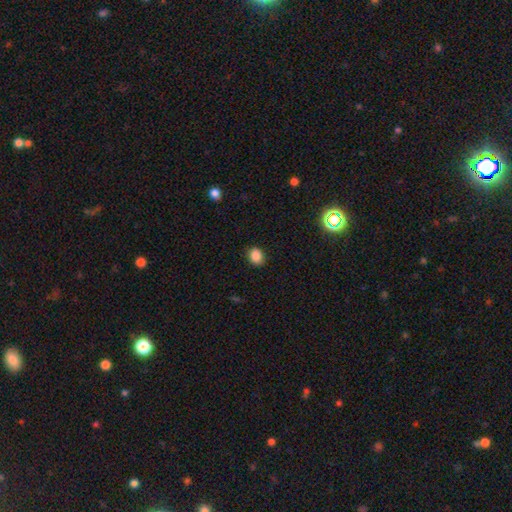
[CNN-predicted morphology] The model was most divided on "how rounded": round: 50%, in between: 49%, cigar-shaped: 1%. More confident: merging — none (87%); smooth or featured — smooth (86%).